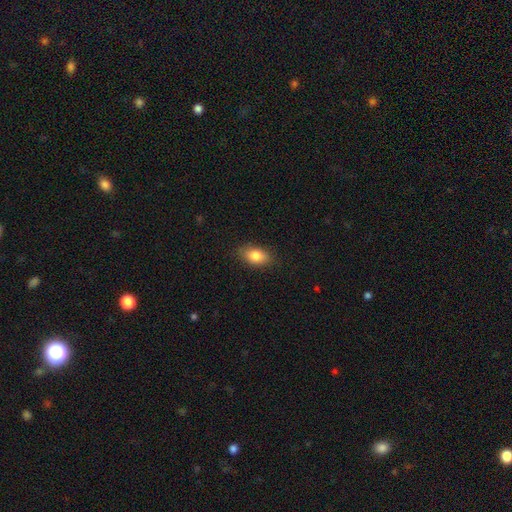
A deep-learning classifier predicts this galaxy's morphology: The model was most divided on "smooth or featured": smooth: 82%, featured or disk: 10%, star or artifact: 8%. More confident: how rounded — in between (87%); merging — none (86%).